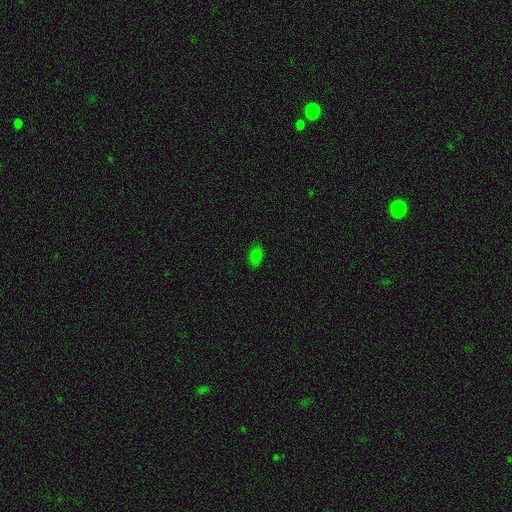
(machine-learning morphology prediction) The model was most divided on "smooth or featured": smooth: 78%, star or artifact: 16%, featured or disk: 6%. More confident: how rounded — in between (90%); merging — none (81%).